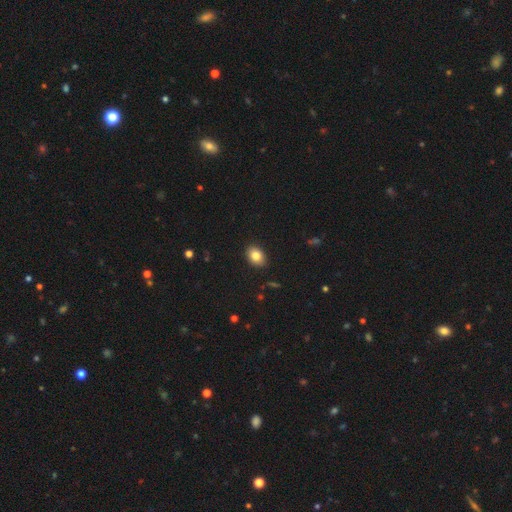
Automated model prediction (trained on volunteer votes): smooth-or-featured: smooth: 83% | star or artifact: 9% | featured or disk: 8%
  how-rounded: in between: 70% | round: 29% | cigar-shaped: 1%
  merging: none: 88% | minor disturbance: 9% | major disturbance: 2% | merger: 1%